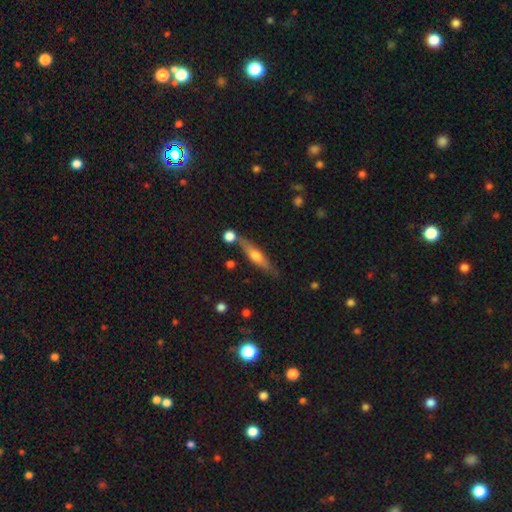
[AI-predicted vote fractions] Smooth or featured? featured or disk (49%)
Merging? none (70%)